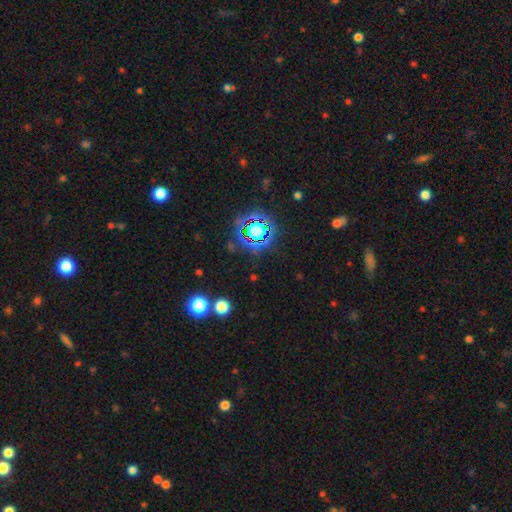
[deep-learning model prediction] Morphology: type=star or artifact (78%).